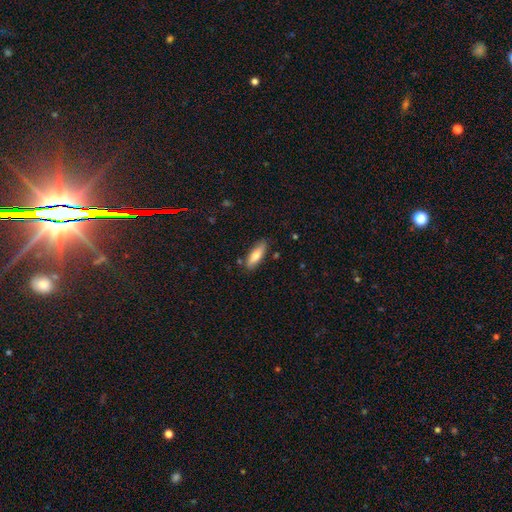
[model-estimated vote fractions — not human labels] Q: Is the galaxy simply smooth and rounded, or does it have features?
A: smooth — 74%.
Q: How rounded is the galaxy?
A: in between — 57%.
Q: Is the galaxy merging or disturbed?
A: none — 82%.